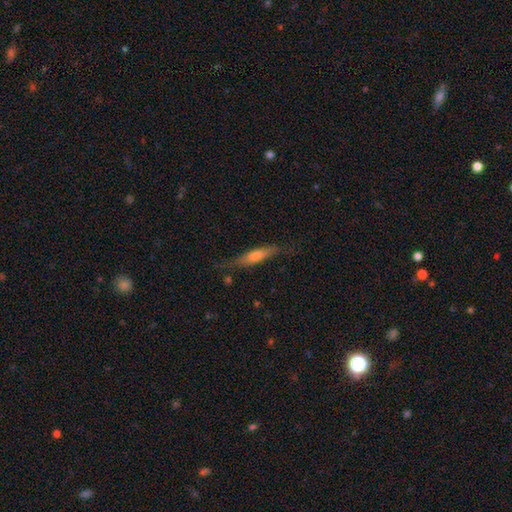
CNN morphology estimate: Overall: featured or disk (58%; smooth 33%). Edge-on disk: yes (90%). Edge-on bulge: rounded (73%). Merging: none (77%).